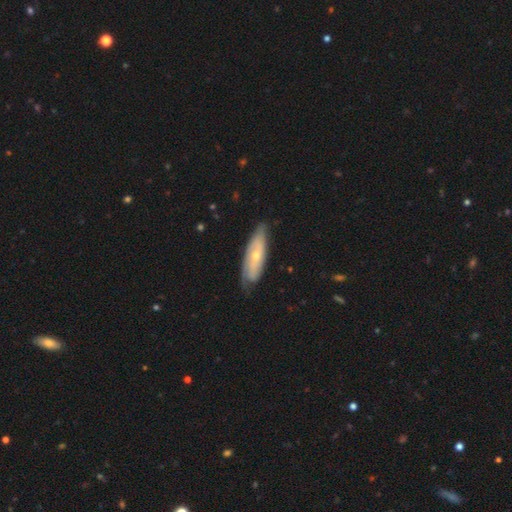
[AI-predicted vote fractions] featured or disk 56%, smooth 38%, star or artifact 5%. Down the decision tree: edge-on disk — no (69%); merging — none (70%).